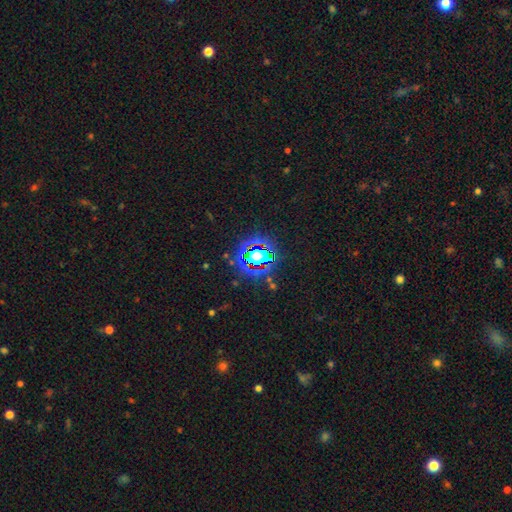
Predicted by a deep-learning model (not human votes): This appears to be a star or artifact, not a galaxy (65%).